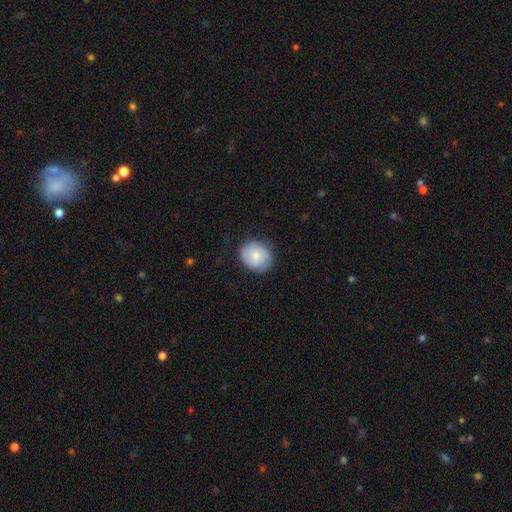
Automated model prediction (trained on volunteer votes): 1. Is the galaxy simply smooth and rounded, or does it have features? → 67% smooth, 26% featured or disk, 7% star or artifact.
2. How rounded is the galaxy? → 76% round, 23% in between, 1% cigar-shaped.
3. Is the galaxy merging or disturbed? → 78% none, 16% minor disturbance, 4% major disturbance, 1% merger.